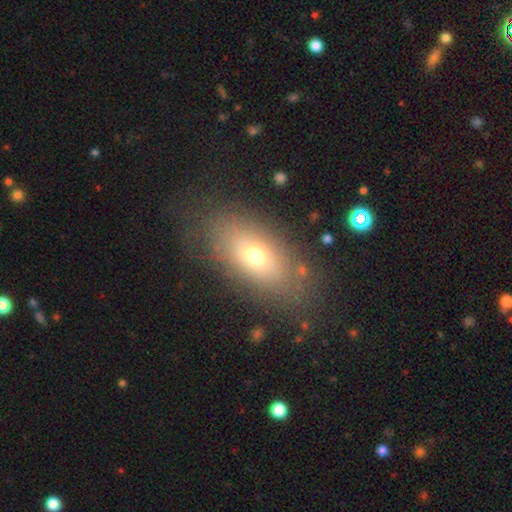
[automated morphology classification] A smooth galaxy with no disk features (64%) that is in between round and cigar-shaped (84%). Merging: none (78%).